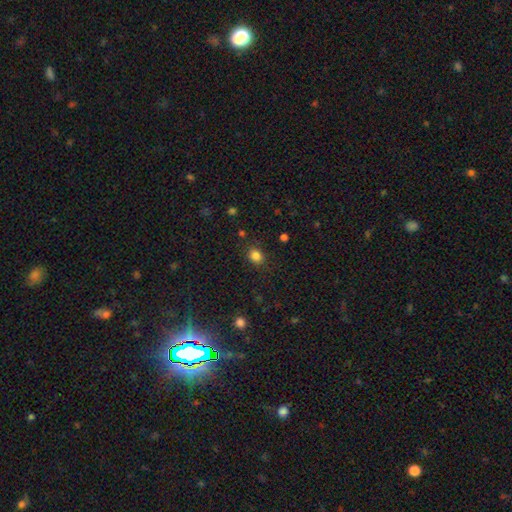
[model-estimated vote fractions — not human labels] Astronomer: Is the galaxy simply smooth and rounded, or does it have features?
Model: smooth — 84%.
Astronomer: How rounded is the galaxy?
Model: round — 64%.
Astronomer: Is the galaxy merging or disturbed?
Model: none — 84%.